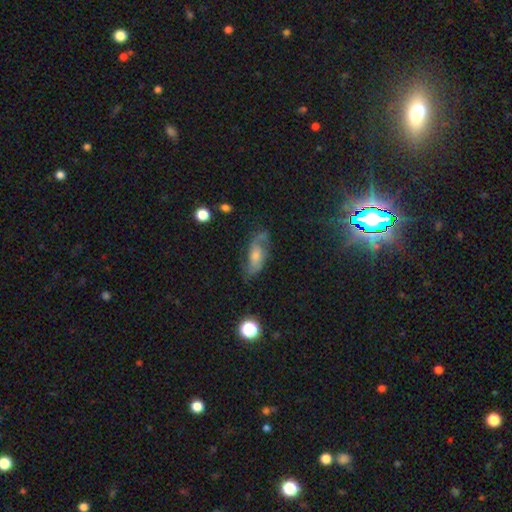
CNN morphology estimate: smooth-or-featured: featured or disk: 62% | smooth: 24% | star or artifact: 14%
  disk-edge-on: no: 86% | yes: 14%
    bar: no: 61% | weak: 31% | strong: 7%
    has-spiral-arms: yes: 88% | no: 12%
    bulge-size: moderate: 49% | small: 33% | large: 9% | none: 7% | dominant: 2%
  merging: none: 67% | minor disturbance: 21% | major disturbance: 10% | merger: 2%